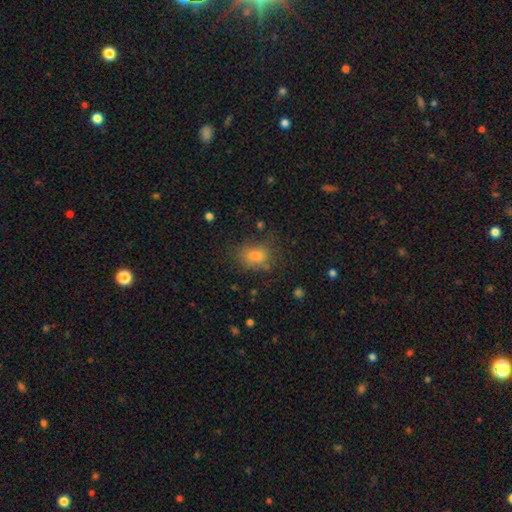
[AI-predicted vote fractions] Morphology: type=smooth (75%); roundness=in between (65%); merging=none (67%).